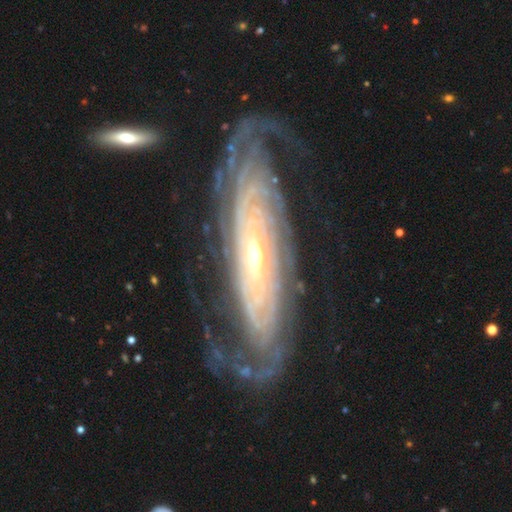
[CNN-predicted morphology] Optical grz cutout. It shows a featured or disk galaxy (90%) with no bar (59%), tight (77%) spiral arms (96%) and a small central bulge (65%). Merging: none (71%).